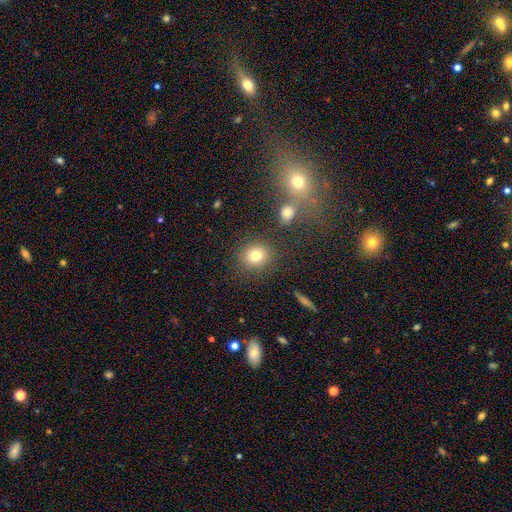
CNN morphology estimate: Q: Smooth or featured?
A: smooth (78%); runner-up: star or artifact (13%)
Q: How rounded?
A: round (82%); runner-up: in between (17%)
Q: Merging?
A: none (85%); runner-up: minor disturbance (8%)